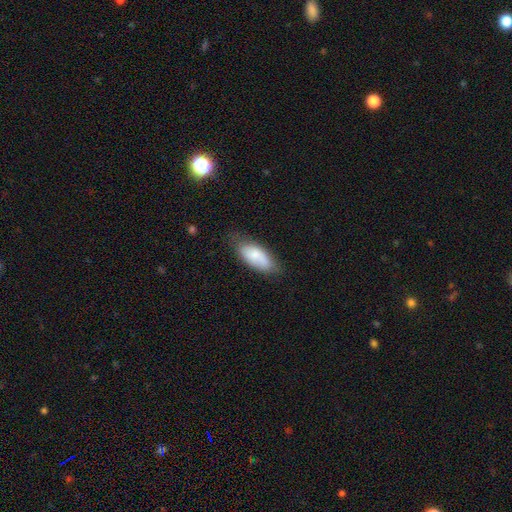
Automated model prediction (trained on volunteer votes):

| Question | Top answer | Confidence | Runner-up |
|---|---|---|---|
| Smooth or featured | smooth | 76% | featured or disk (17%) |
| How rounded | in between | 86% | cigar-shaped (12%) |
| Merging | none | 69% | minor disturbance (24%) |